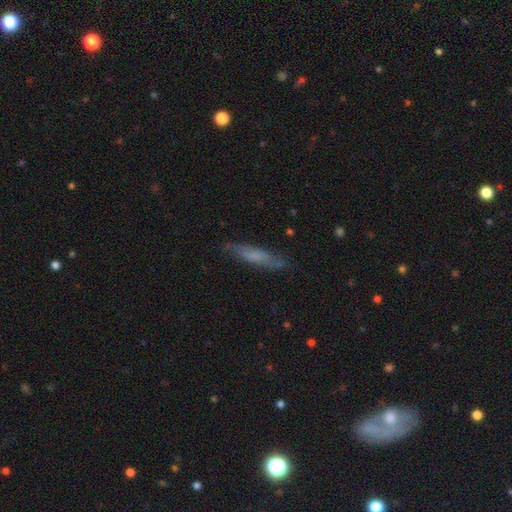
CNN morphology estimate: This is possibly a smooth galaxy (57%). How rounded: clearly cigar-shaped (83%). Merging: likely none (77%).